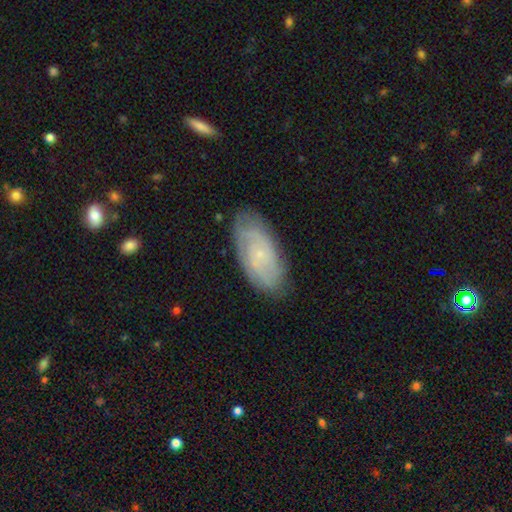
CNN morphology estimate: Q: Smooth or featured?
A: featured or disk (54%); runner-up: smooth (35%)
Q: Edge-on disk?
A: no (91%); runner-up: yes (9%)
Q: Merging?
A: none (81%); runner-up: minor disturbance (14%)